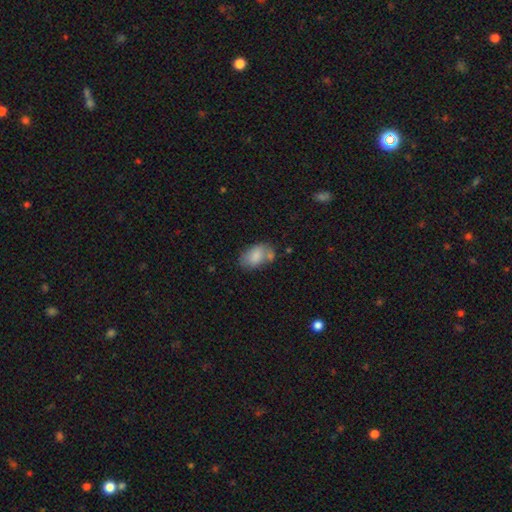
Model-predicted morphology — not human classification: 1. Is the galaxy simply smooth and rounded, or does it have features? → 80% smooth, 12% featured or disk, 7% star or artifact.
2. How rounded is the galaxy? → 90% in between, 8% round, 1% cigar-shaped.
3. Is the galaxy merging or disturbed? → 51% none, 23% minor disturbance, 18% merger, 8% major disturbance.